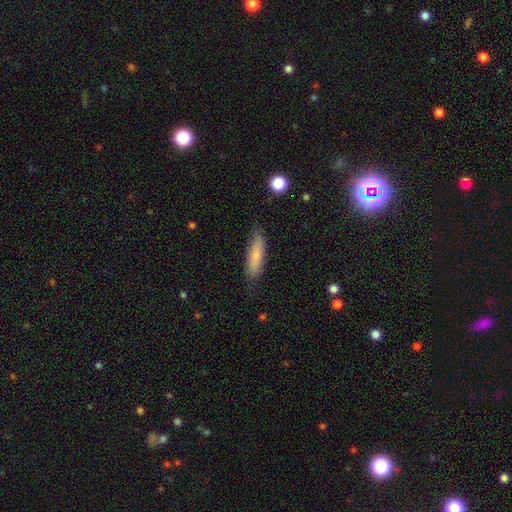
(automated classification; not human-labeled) Smooth or featured?
  - smooth: 74% *
  - featured or disk: 20%
  - star or artifact: 6%
How rounded?
  - cigar-shaped: 69% *
  - in between: 29%
  - round: 2%
Merging?
  - none: 80% *
  - minor disturbance: 15%
  - major disturbance: 3%
  - merger: 1%